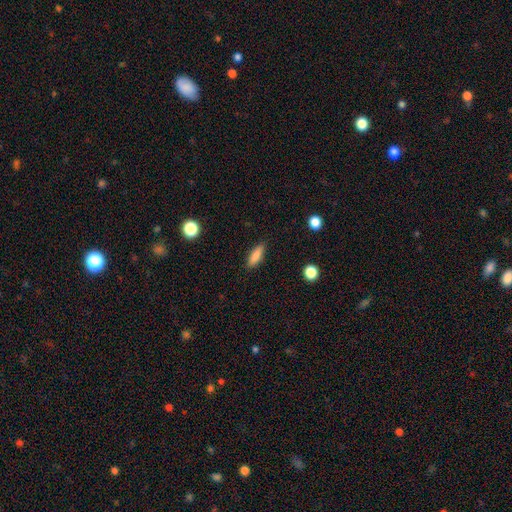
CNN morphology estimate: The model was most divided on "how rounded": in between: 55%, cigar-shaped: 42%, round: 3%. More confident: merging — none (87%); smooth or featured — smooth (84%).